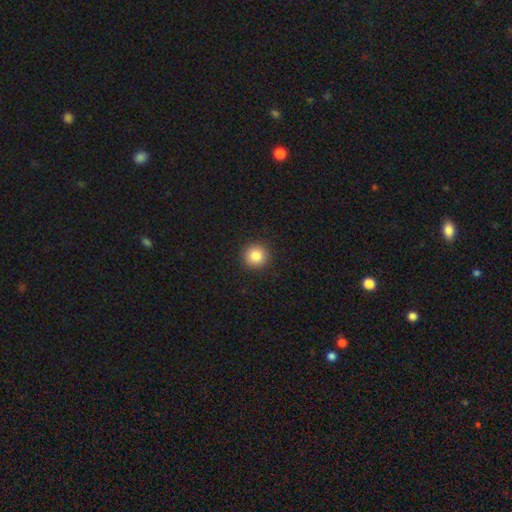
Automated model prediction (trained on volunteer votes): Smooth or featured?
  - smooth: 83% *
  - star or artifact: 11%
  - featured or disk: 6%
How rounded?
  - round: 95% *
  - in between: 4%
  - cigar-shaped: 1%
Merging?
  - none: 93% *
  - minor disturbance: 5%
  - major disturbance: 2%
  - merger: 1%